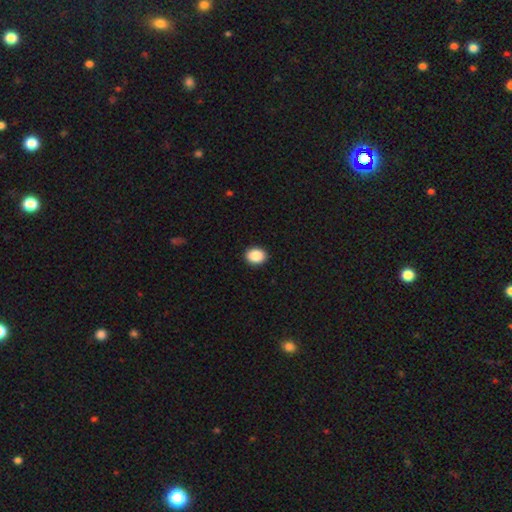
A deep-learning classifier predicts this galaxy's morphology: A smooth galaxy with no disk features (89%) that is in between round and cigar-shaped (50%). Merging: none (91%).